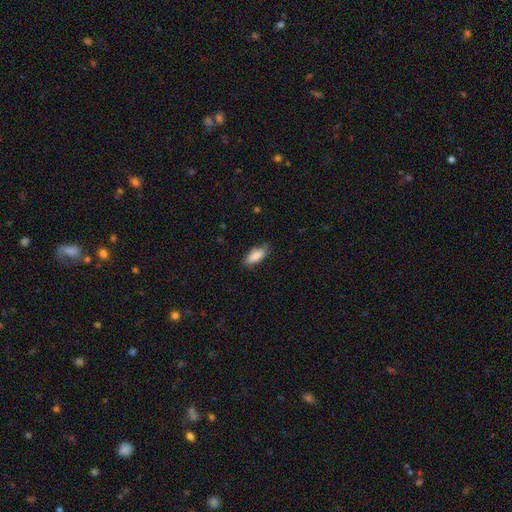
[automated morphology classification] A smooth galaxy with no disk features (84%) that is in between round and cigar-shaped (75%). Merging: none (72%).